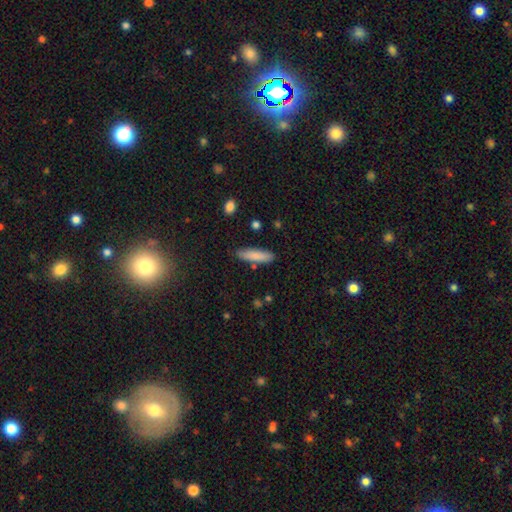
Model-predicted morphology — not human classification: smooth_or_featured: smooth (p=0.83) [alt: featured or disk p=0.11]
how_rounded: cigar-shaped (p=0.74) [alt: in between p=0.25]
merging: none (p=0.84) [alt: minor disturbance p=0.11]